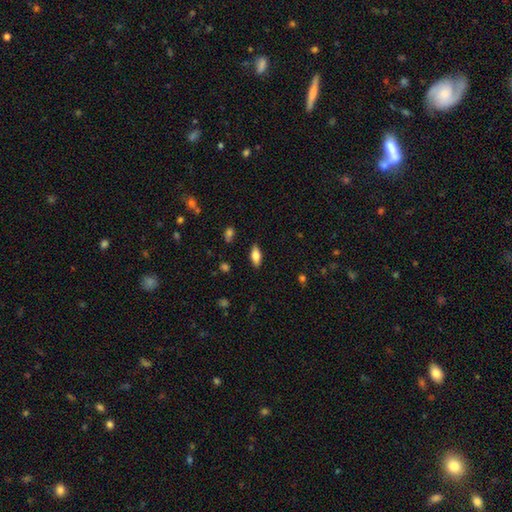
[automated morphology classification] This appears to be a smooth galaxy with no disk features (74%) that is in between round and cigar-shaped (81%). Merging: none (86%).